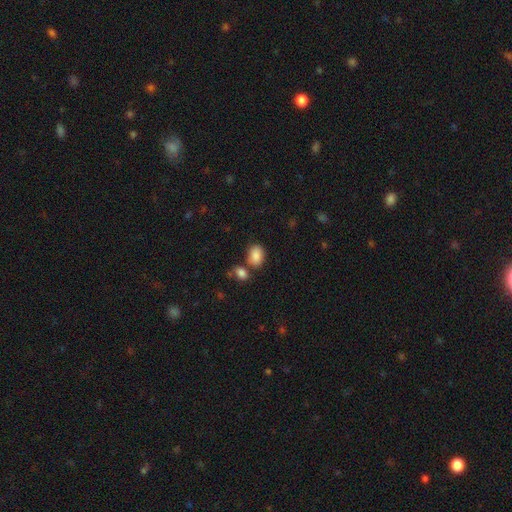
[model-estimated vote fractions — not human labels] Smooth or featured? Predicted: smooth (p=0.87). How rounded? Predicted: in between (p=0.77). Merging? Predicted: none (p=0.63).